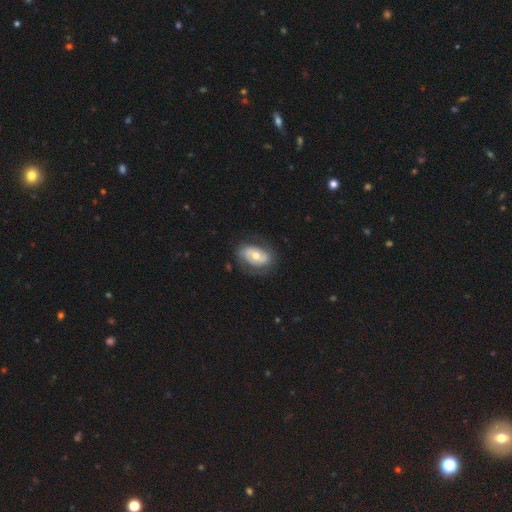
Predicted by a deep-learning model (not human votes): Q: Smooth or featured?
A: featured or disk (60%); runner-up: smooth (34%)
Q: Edge-on disk?
A: no (95%); runner-up: yes (5%)
Q: Bar?
A: no (69%); runner-up: weak (22%)
Q: Spiral arms?
A: yes (62%); runner-up: no (38%)
Q: Bulge size?
A: moderate (68%); runner-up: small (25%)
Q: Merging?
A: none (69%); runner-up: minor disturbance (20%)